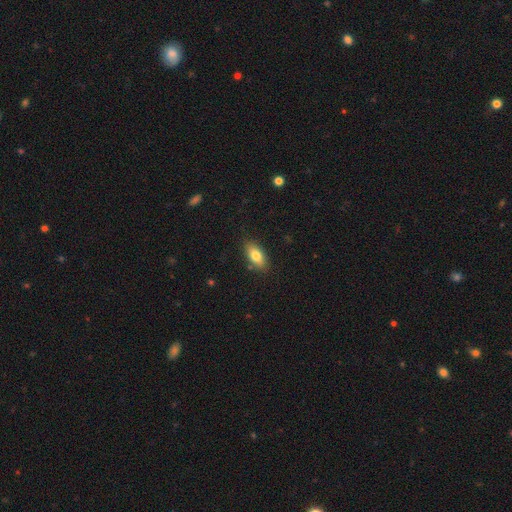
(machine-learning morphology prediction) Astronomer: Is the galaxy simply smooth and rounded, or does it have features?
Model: smooth — 79%.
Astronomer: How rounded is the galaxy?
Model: in between — 87%.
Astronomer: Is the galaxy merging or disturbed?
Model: none — 83%.